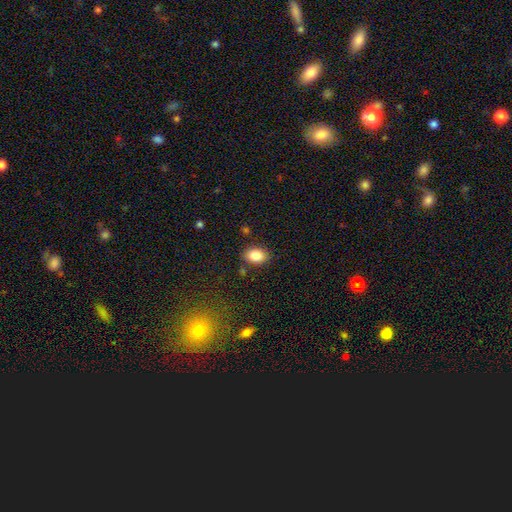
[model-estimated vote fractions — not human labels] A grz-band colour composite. It shows a smooth galaxy with no disk features (86%) that is in between round and cigar-shaped (79%). Merging: none (82%).